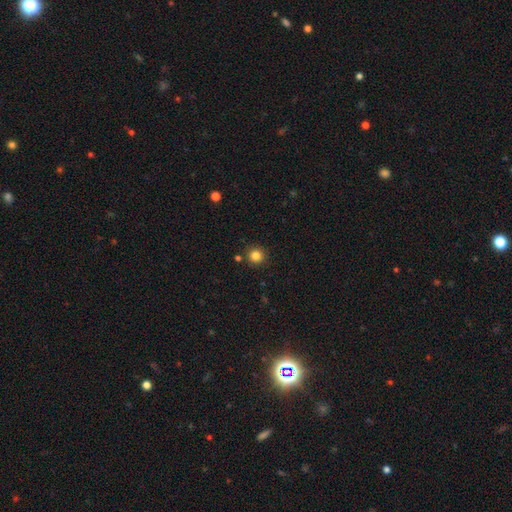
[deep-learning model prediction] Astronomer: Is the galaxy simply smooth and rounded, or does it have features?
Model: smooth — 83%.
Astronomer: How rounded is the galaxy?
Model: round — 94%.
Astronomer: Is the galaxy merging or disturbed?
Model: none — 89%.